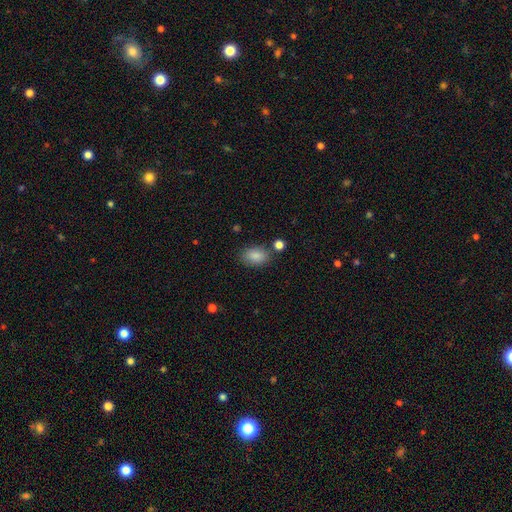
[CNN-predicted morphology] Q: Smooth or featured?
A: smooth (87%); runner-up: star or artifact (8%)
Q: How rounded?
A: in between (88%); runner-up: round (11%)
Q: Merging?
A: none (77%); runner-up: minor disturbance (13%)